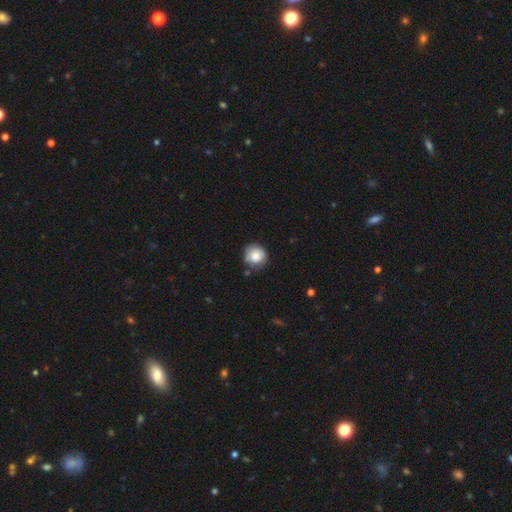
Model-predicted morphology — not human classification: A smooth galaxy with no disk features (82%) that is round (88%). Merging: none (74%).